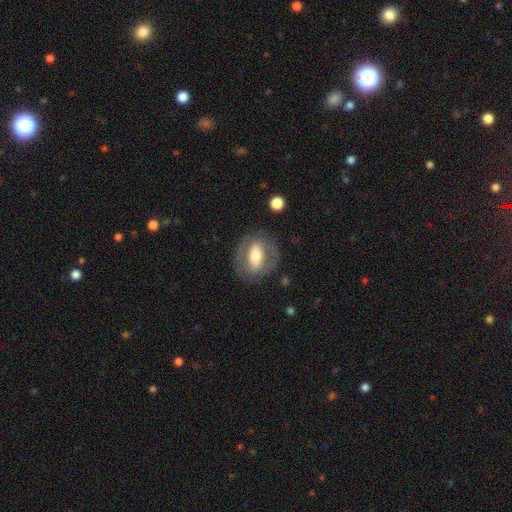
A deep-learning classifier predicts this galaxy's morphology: A featured or disk galaxy (56%).

Vote fractions:
- Smooth or featured? featured or disk: 56% / smooth: 38% / star or artifact: 6%
- Edge-on disk? no: 89% / yes: 11%
- Merging? none: 76% / minor disturbance: 14% / major disturbance: 8% / merger: 1%